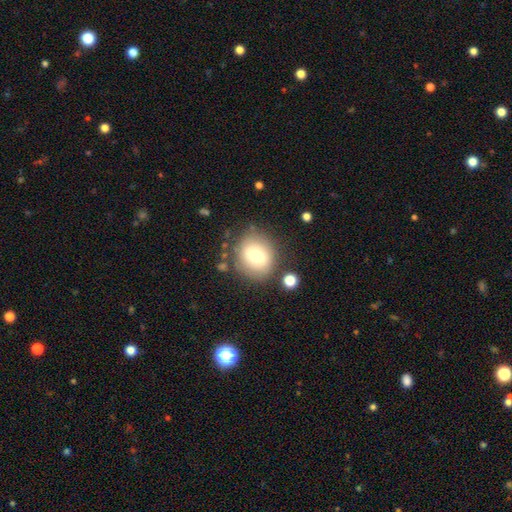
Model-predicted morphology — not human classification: type=smooth (64%); roundness=round (71%); merging=none (76%).